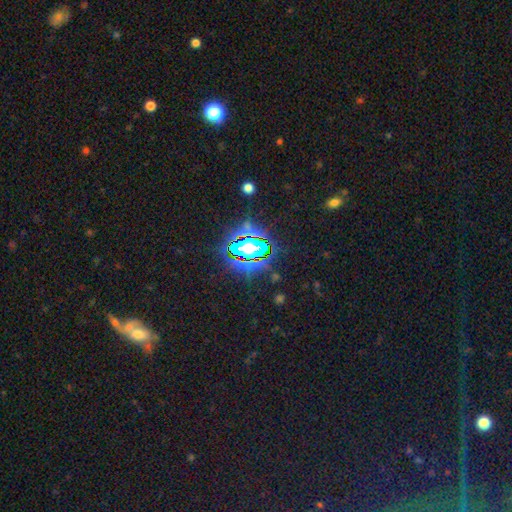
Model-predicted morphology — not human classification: star or artifact 79%, smooth 12%, featured or disk 8%.